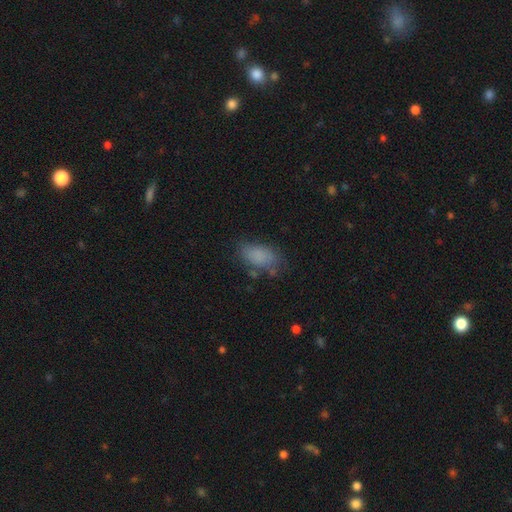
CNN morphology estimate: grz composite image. It shows a smooth galaxy with no disk features (80%) that is in between round and cigar-shaped (90%). Merging: none (63%).